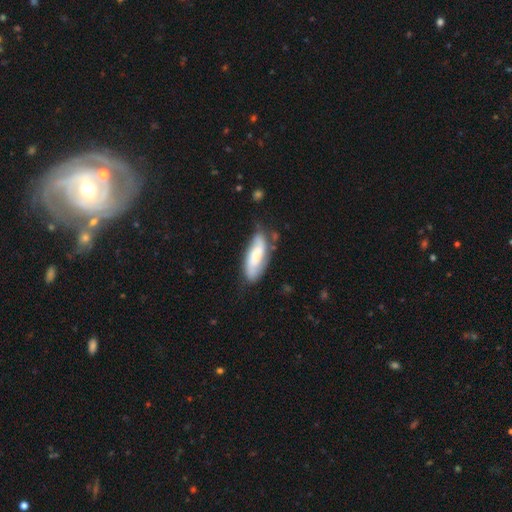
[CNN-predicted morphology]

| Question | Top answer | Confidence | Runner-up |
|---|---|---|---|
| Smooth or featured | smooth | 50% | featured or disk (44%) |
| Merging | none | 63% | minor disturbance (26%) |